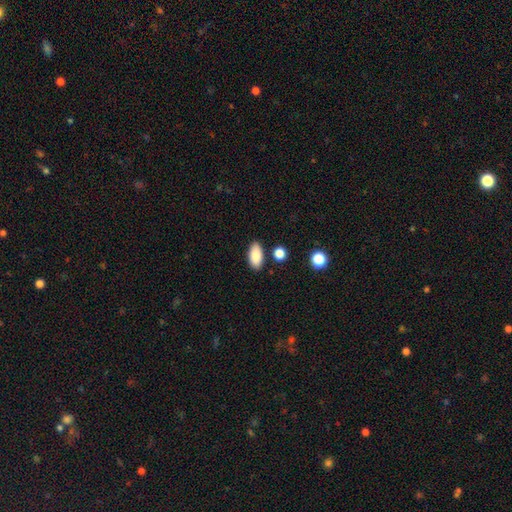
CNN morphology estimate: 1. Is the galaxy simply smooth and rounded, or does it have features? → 88% smooth, 7% star or artifact, 5% featured or disk.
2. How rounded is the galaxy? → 91% in between, 6% cigar-shaped, 4% round.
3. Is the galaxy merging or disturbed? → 84% none, 10% minor disturbance, 4% merger, 2% major disturbance.